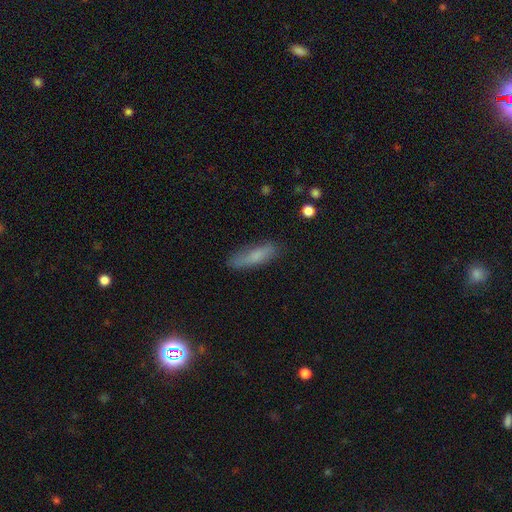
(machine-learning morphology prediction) This appears to be a smooth galaxy with no disk features (76%) that is cigar-shaped (64%). Merging: none (73%).